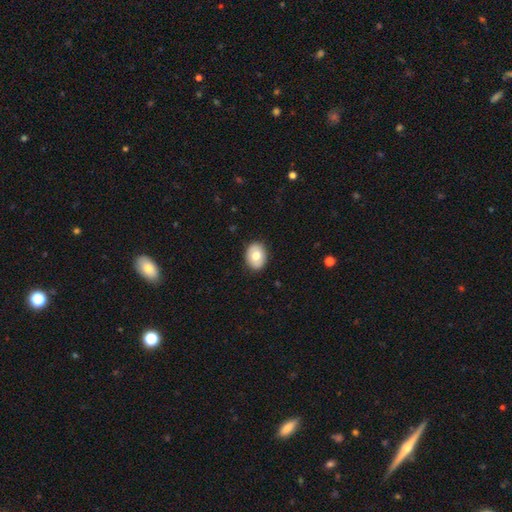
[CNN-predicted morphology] smooth 73%, featured or disk 20%, star or artifact 7%. Down the decision tree: how rounded — in between (60%); merging — none (89%).